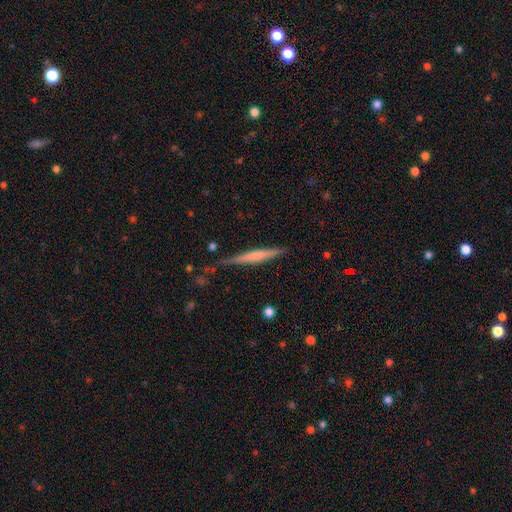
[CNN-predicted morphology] The model was most divided on "smooth or featured": featured or disk: 49%, smooth: 45%, star or artifact: 6%. More confident: merging — none (75%).